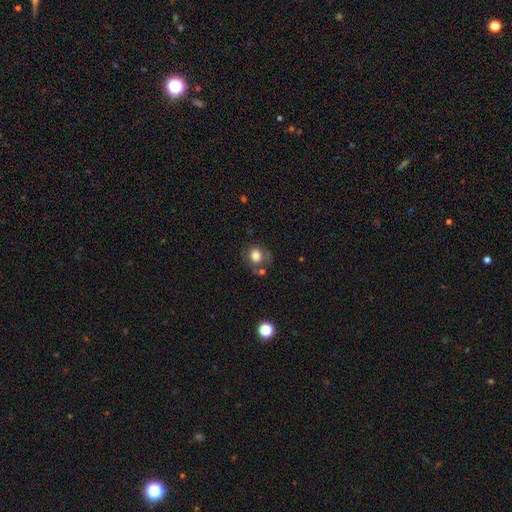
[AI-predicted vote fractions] A smooth galaxy with no disk features (75%) that is round (50%).

Vote fractions:
- Smooth or featured? smooth: 75% / featured or disk: 16% / star or artifact: 10%
- How rounded? round: 50% / in between: 49% / cigar-shaped: 1%
- Merging? none: 59% / minor disturbance: 21% / merger: 10% / major disturbance: 10%